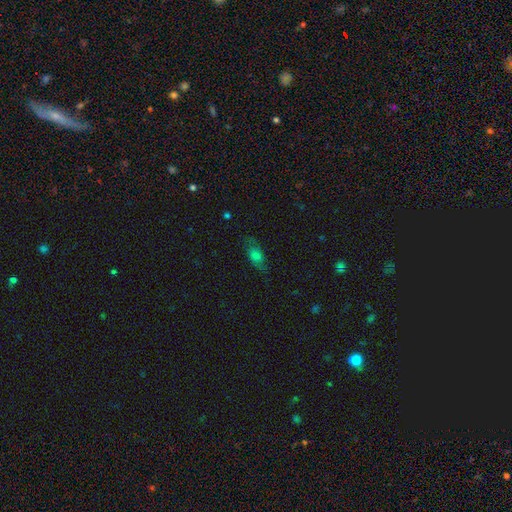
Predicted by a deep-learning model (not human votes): Smooth or featured: smooth — 52% (featured or disk — 34%)
How rounded: in between — 82% (cigar-shaped — 11%)
Merging: none — 68% (minor disturbance — 21%)